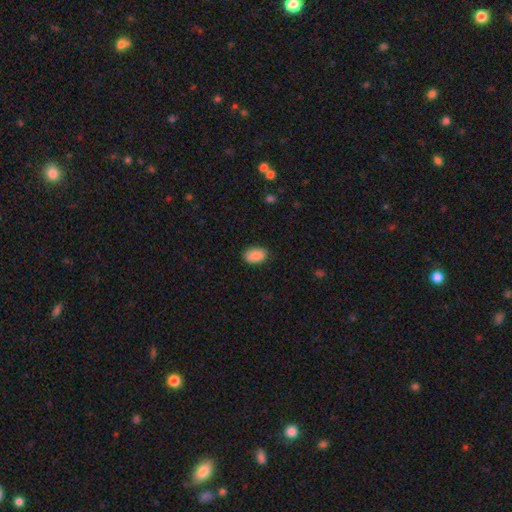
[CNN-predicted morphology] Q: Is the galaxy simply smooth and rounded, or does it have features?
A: smooth — 88%.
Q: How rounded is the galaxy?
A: in between — 90%.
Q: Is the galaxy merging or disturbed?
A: none — 83%.